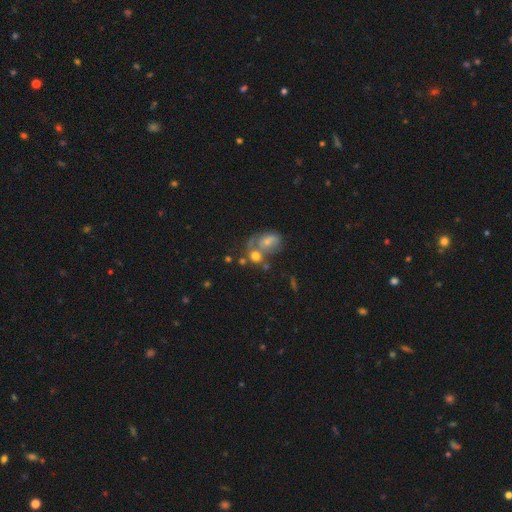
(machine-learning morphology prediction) Q: Smooth or featured?
A: smooth (52%); runner-up: featured or disk (33%)
Q: How rounded?
A: round (60%); runner-up: in between (38%)
Q: Merging?
A: merger (47%); runner-up: none (29%)